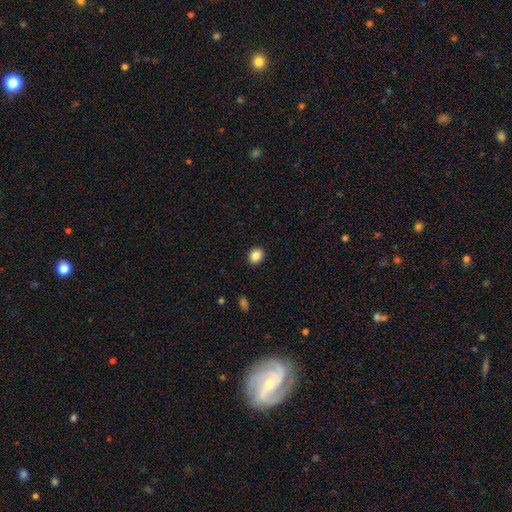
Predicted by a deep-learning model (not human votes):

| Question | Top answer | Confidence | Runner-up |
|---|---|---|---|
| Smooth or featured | smooth | 85% | star or artifact (10%) |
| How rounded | round | 68% | in between (31%) |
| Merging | none | 92% | minor disturbance (6%) |